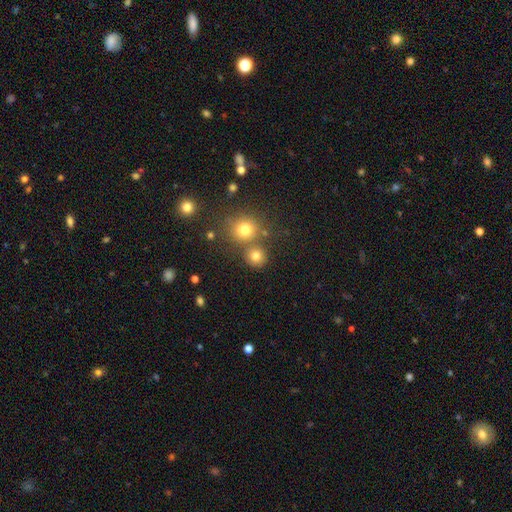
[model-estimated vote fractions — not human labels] Morphology: type=smooth (77%); roundness=round (89%); merging=none (71%).